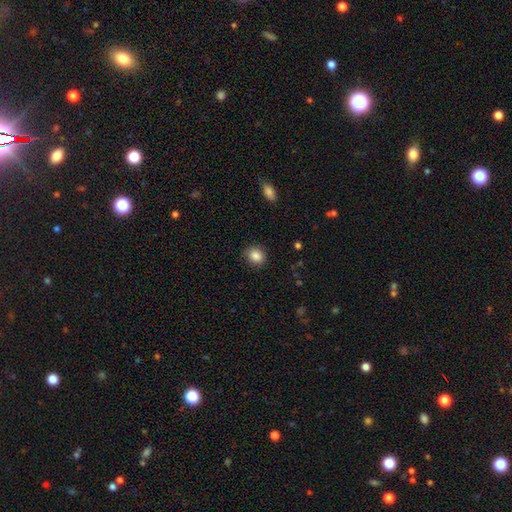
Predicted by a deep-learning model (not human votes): Morphology: type=smooth (86%); roundness=round (66%); merging=none (84%).